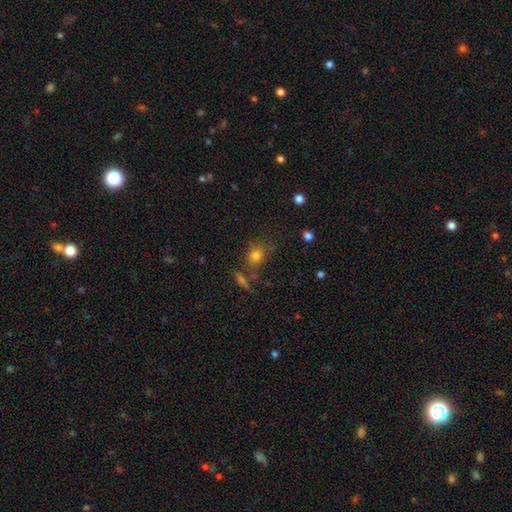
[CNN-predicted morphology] Smooth or featured? smooth (77%)
How rounded? round (53%)
Merging? none (66%)